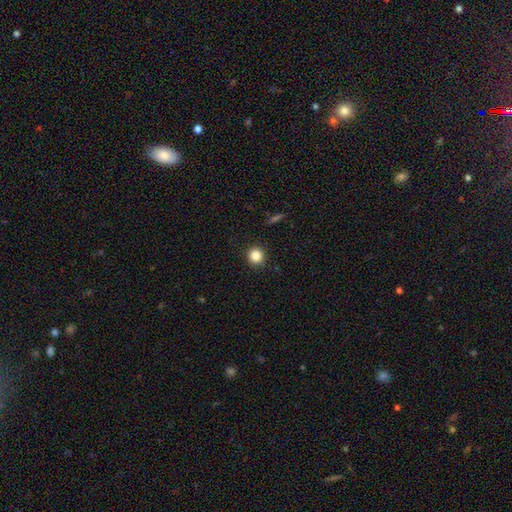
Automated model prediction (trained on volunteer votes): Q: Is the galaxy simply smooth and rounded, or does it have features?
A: smooth — 84%.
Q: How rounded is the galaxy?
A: round — 93%.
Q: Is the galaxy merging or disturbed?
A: none — 91%.